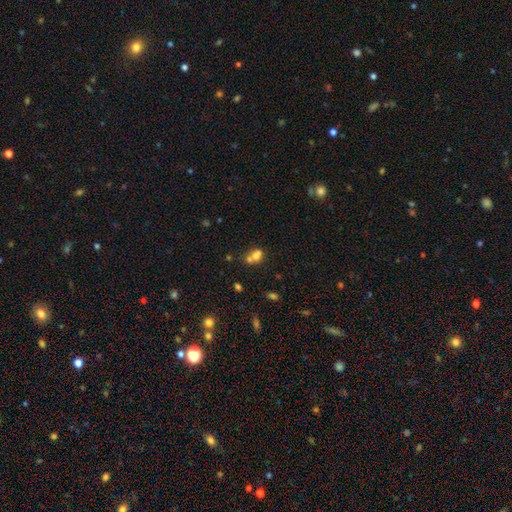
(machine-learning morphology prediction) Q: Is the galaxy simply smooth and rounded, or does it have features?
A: smooth — 69%.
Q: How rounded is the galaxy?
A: in between — 50%.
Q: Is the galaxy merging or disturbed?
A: merger — 57%.